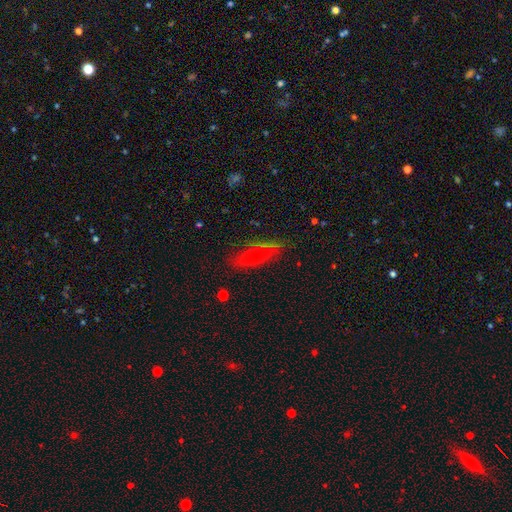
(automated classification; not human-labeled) This is possibly a smooth galaxy (54%). How rounded: possibly in between (53%). Merging: likely none (74%).